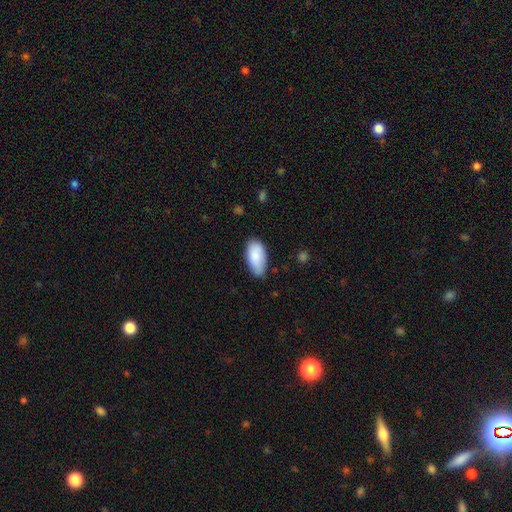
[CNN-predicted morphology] A smooth galaxy with no disk features (85%) that is in between round and cigar-shaped (95%). Merging: none (70%).